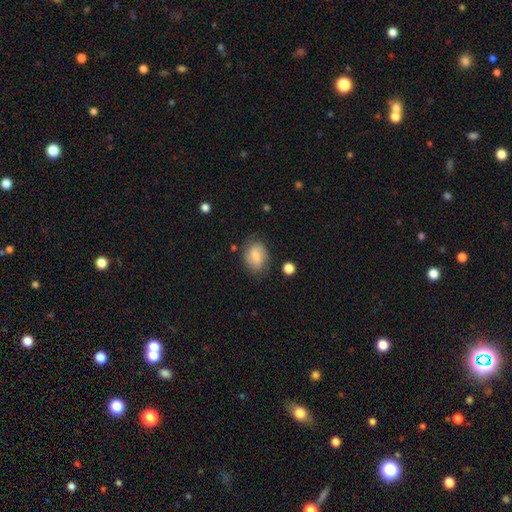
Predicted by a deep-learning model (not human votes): smooth 66%, featured or disk 26%, star or artifact 8%. Down the decision tree: how rounded — in between (57%); merging — none (71%).